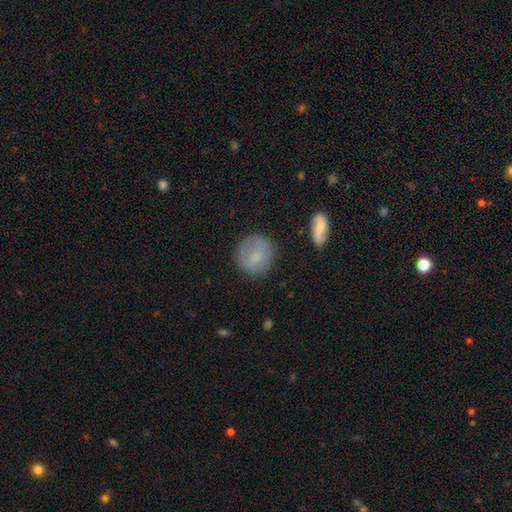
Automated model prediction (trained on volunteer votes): Smooth or featured? Predicted: smooth (p=0.76). How rounded? Predicted: round (p=0.89). Merging? Predicted: none (p=0.78).